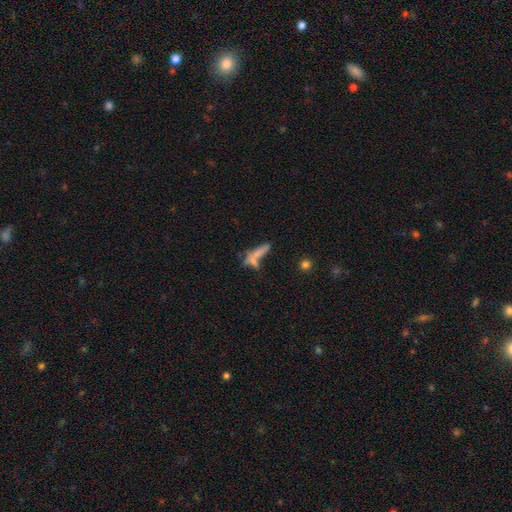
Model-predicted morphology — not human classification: Overall: smooth (59%; featured or disk 27%). How rounded: cigar-shaped (72%). Merging: merger (38%; none 36%).